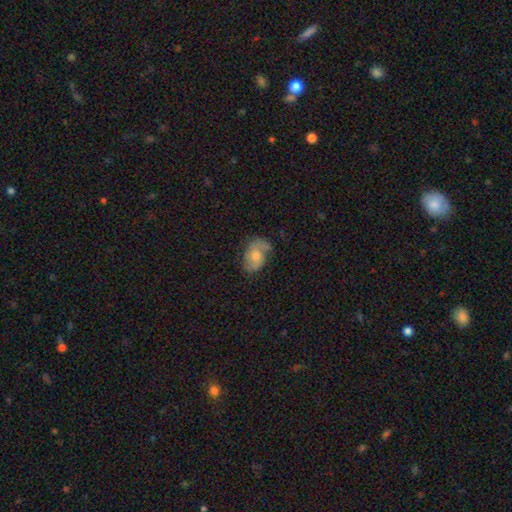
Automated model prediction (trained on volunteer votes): smooth-or-featured: featured or disk: 54% | smooth: 37% | star or artifact: 9%
  disk-edge-on: no: 96% | yes: 4%
    bar: no: 71% | weak: 25% | strong: 4%
    has-spiral-arms: yes: 84% | no: 16%
    bulge-size: moderate: 59% | small: 27% | large: 9% | none: 4% | dominant: 1%
  merging: none: 64% | minor disturbance: 24% | major disturbance: 10% | merger: 2%